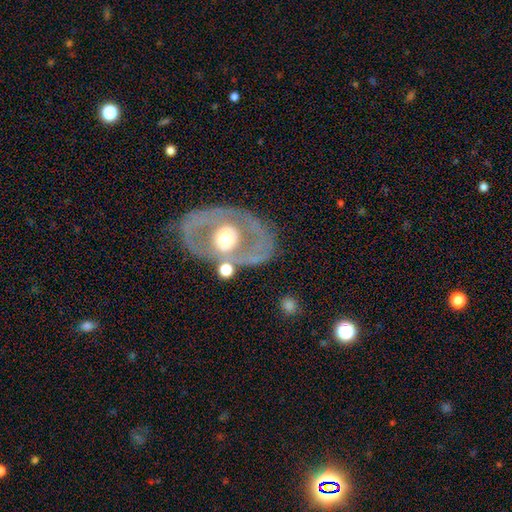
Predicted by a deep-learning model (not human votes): featured or disk 69%, smooth 25%, star or artifact 6%. Down the decision tree: edge-on disk — no (93%); bar — no (80%); spiral arms — no (73%); bulge size — moderate (69%); merging — none (70%).